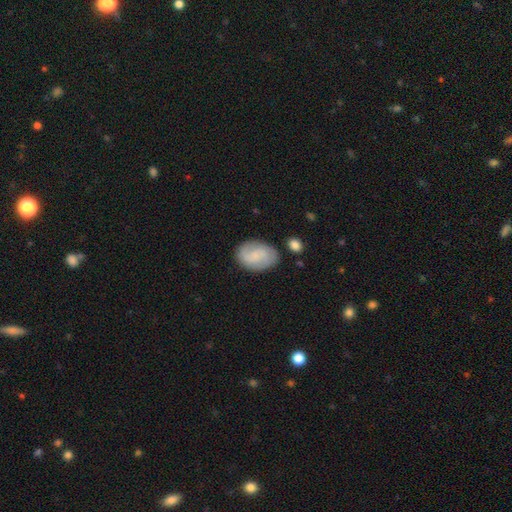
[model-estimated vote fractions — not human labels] Smooth or featured? featured or disk (49%)
Merging? none (78%)